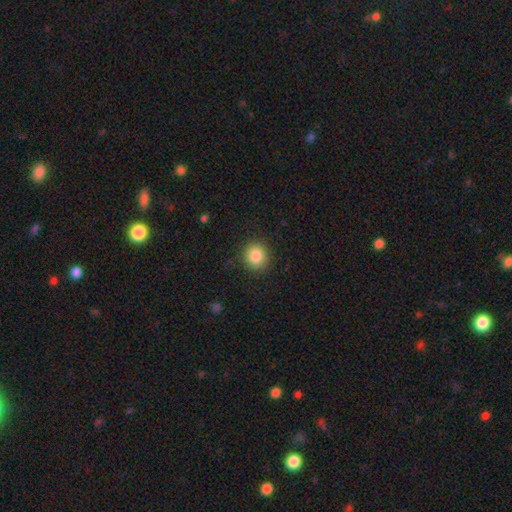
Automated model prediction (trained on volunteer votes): Smooth or featured: smooth — 86% (star or artifact — 9%)
How rounded: round — 84% (in between — 15%)
Merging: none — 88% (minor disturbance — 8%)